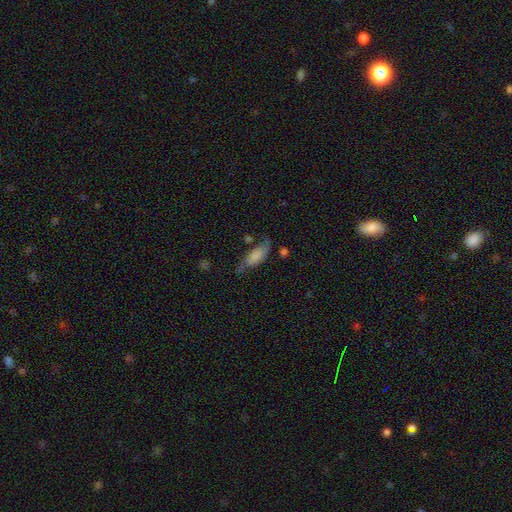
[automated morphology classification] Overall: smooth (58%; featured or disk 34%). How rounded: in between (78%). Merging: none (48%; minor disturbance 31%).